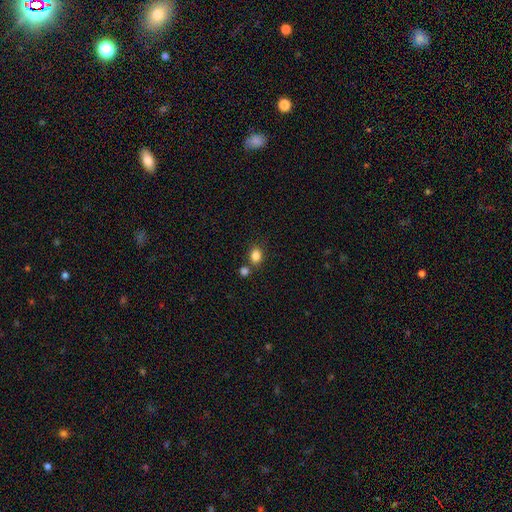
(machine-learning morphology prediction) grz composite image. It shows a smooth galaxy with no disk features (84%) that is in between round and cigar-shaped (54%). Merging: none (66%).